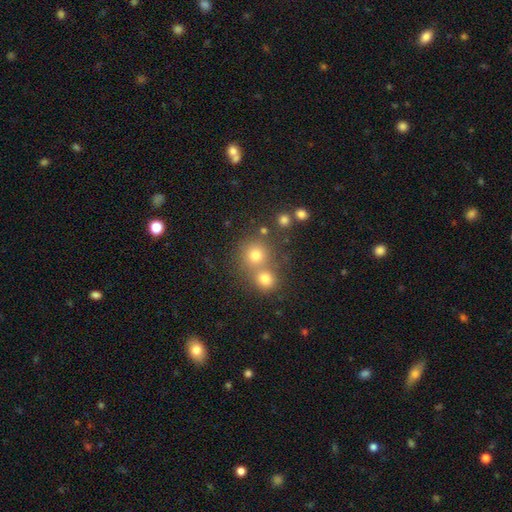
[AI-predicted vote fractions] smooth_or_featured: smooth (p=0.72) [alt: star or artifact p=0.17]
how_rounded: round (p=0.88) [alt: in between p=0.11]
merging: none (p=0.54) [alt: merger p=0.37]